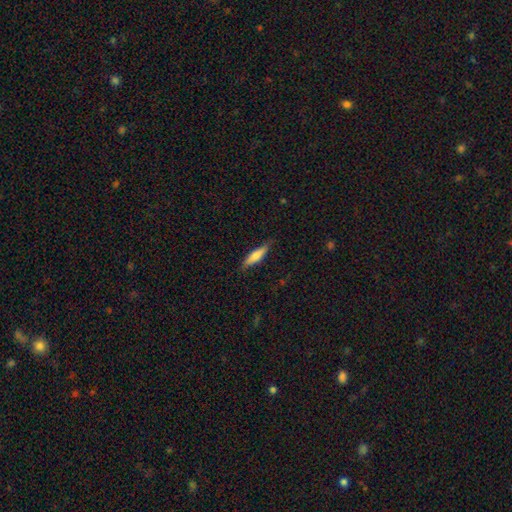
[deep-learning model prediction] smooth_or_featured: smooth (p=0.65) [alt: featured or disk p=0.29]
how_rounded: cigar-shaped (p=0.71) [alt: in between p=0.28]
merging: none (p=0.81) [alt: minor disturbance p=0.15]